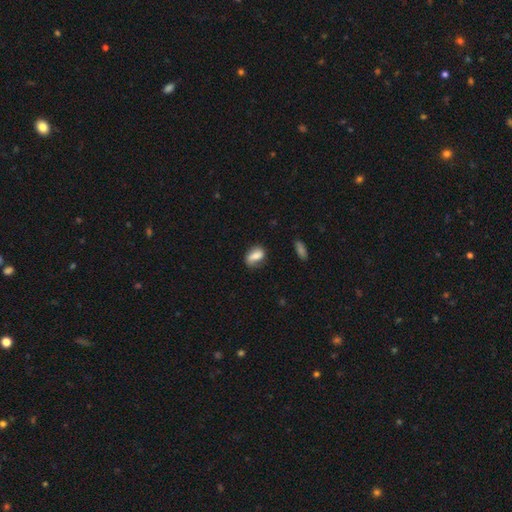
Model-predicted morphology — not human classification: Smooth or featured? smooth (73%)
How rounded? in between (83%)
Merging? none (58%)